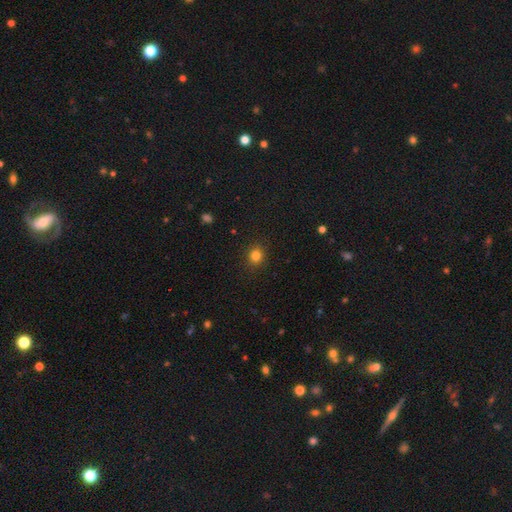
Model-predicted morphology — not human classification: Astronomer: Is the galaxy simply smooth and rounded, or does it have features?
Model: smooth — 82%.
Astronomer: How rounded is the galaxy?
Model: round — 81%.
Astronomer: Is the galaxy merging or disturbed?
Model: none — 90%.